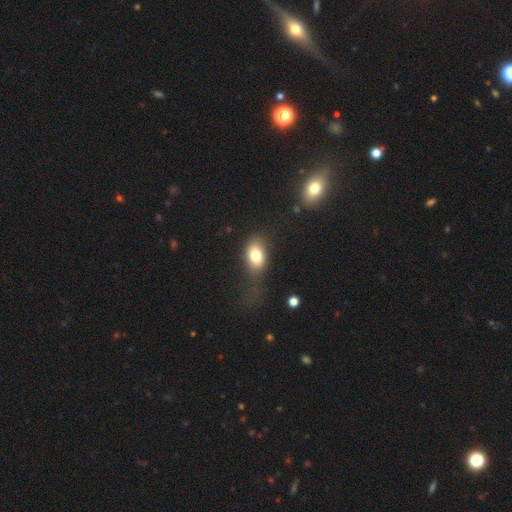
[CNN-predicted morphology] Q: Smooth or featured?
A: smooth (77%); runner-up: featured or disk (13%)
Q: How rounded?
A: in between (81%); runner-up: round (17%)
Q: Merging?
A: none (49%); runner-up: minor disturbance (25%)